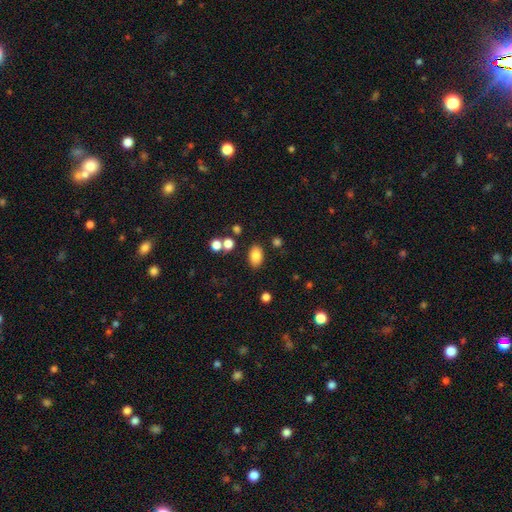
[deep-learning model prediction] Smooth or featured?
  - smooth: 83% *
  - star or artifact: 10%
  - featured or disk: 7%
How rounded?
  - in between: 87% *
  - round: 11%
  - cigar-shaped: 1%
Merging?
  - none: 83% *
  - minor disturbance: 10%
  - merger: 4%
  - major disturbance: 3%